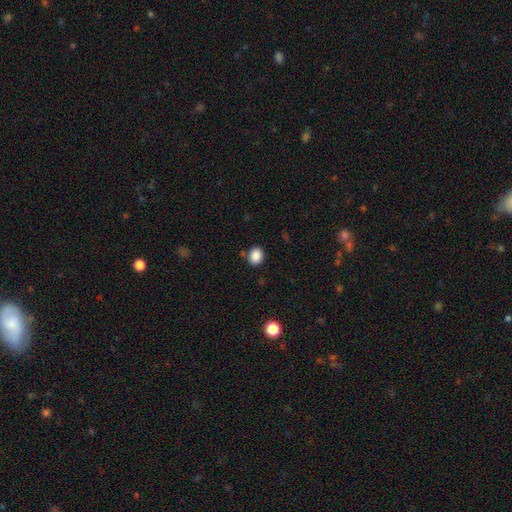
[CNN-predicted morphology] Smooth or featured: smooth — 87% (star or artifact — 10%)
How rounded: round — 54% (in between — 45%)
Merging: none — 85% (minor disturbance — 9%)